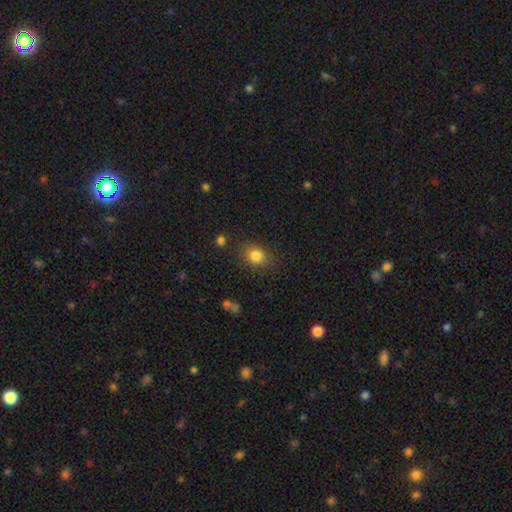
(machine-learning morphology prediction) This is clearly a smooth galaxy (82%). How rounded: possibly round (51%). Merging: likely none (78%).